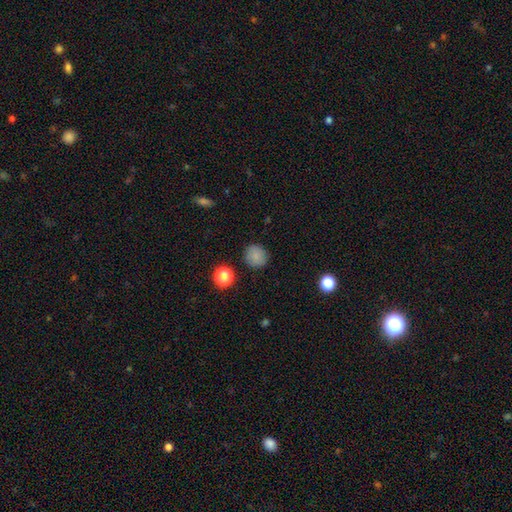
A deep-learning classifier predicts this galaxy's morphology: This appears to be a smooth galaxy with no disk features (84%) that is round (87%). Merging: none (88%).